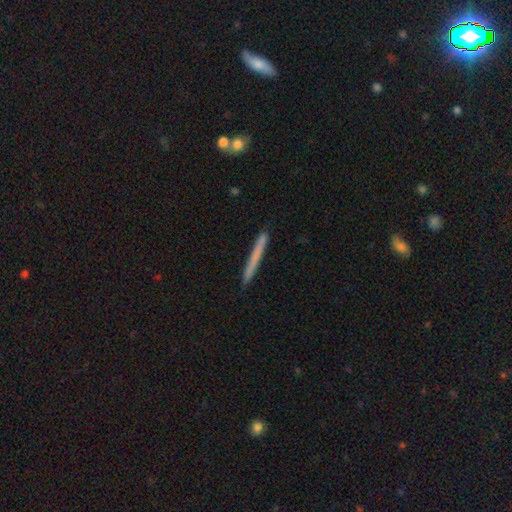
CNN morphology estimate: Smooth or featured?
  - smooth: 64% *
  - featured or disk: 31%
  - star or artifact: 6%
How rounded?
  - cigar-shaped: 97% *
  - in between: 2%
  - round: 1%
Merging?
  - none: 92% *
  - minor disturbance: 6%
  - merger: 1%
  - major disturbance: 1%